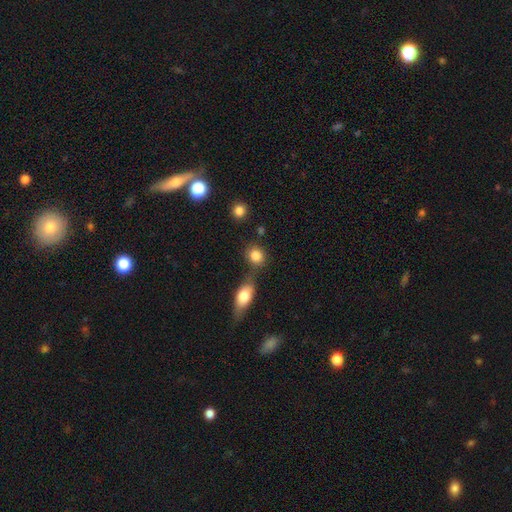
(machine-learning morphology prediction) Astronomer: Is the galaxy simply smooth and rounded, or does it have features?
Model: smooth — 84%.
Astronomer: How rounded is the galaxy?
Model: round — 72%.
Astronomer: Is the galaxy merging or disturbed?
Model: none — 63%.